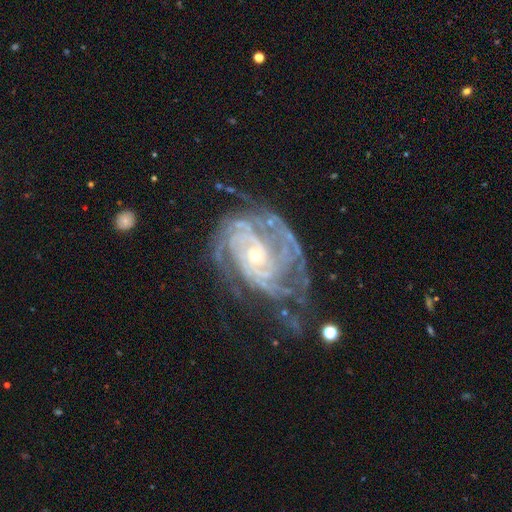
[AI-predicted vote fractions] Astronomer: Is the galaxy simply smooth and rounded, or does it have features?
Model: featured or disk — 90%.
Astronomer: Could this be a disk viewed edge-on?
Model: no — 97%.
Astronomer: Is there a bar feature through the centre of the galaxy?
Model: no — 68%.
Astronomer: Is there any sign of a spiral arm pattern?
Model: yes — 98%.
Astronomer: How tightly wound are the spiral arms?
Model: tight — 67%.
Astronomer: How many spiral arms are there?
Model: can't tell — 23% (runner-up: 3, 22%).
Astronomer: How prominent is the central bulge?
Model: small — 67%.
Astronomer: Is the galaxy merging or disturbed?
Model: none — 59%.